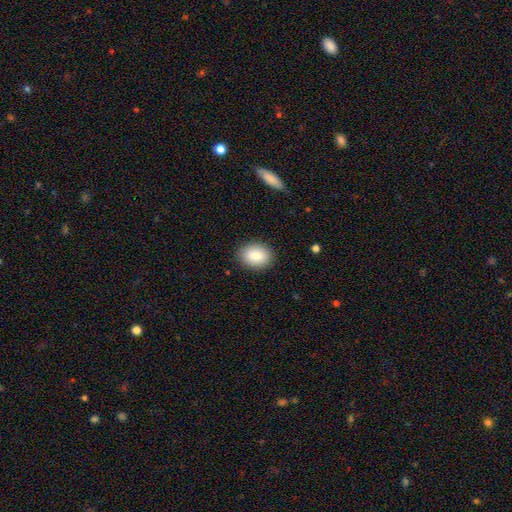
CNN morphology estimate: Smooth or featured? Predicted: smooth (p=0.86). How rounded? Predicted: in between (p=0.71). Merging? Predicted: none (p=0.88).